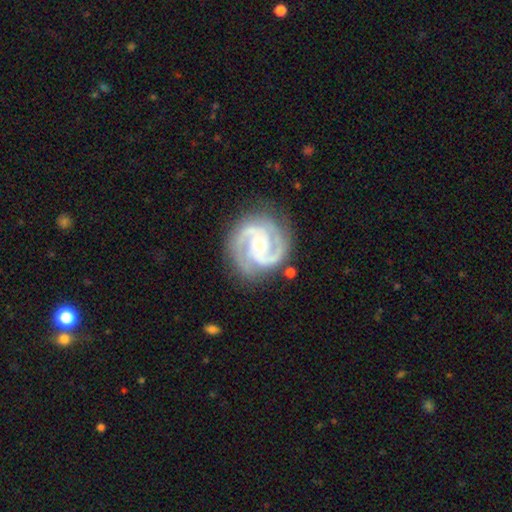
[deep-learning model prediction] Smooth or featured?
  - featured or disk: 93% *
  - star or artifact: 4%
  - smooth: 3%
Edge-on disk?
  - no: 98% *
  - yes: 2%
Bar?
  - no: 55% *
  - weak: 33%
  - strong: 13%
Spiral arms?
  - yes: 99% *
  - no: 1%
Spiral winding?
  - tight: 52% *
  - medium: 43%
  - loose: 5%
Spiral arm count?
  - 2: 65% *
  - 3: 24%
  - can't tell: 3%
  - 4: 3%
  - 1: 2%
  - more than 4: 2%
Bulge size?
  - moderate: 62% *
  - small: 33%
  - large: 3%
  - none: 1%
  - dominant: 1%
Merging?
  - none: 82% *
  - minor disturbance: 13%
  - major disturbance: 4%
  - merger: 2%